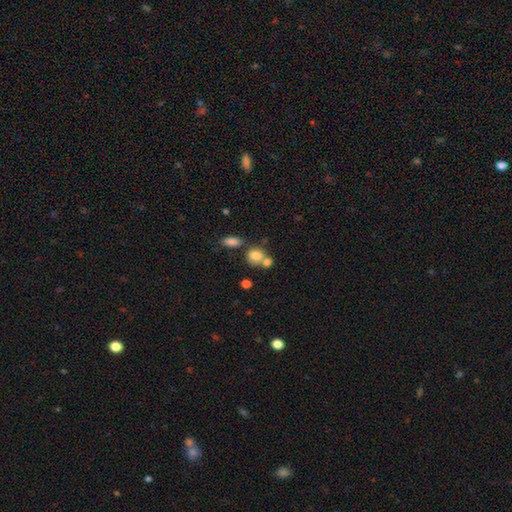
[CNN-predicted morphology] A smooth galaxy with no disk features (79%) that is round (55%).

Vote fractions:
- Smooth or featured? smooth: 79% / star or artifact: 11% / featured or disk: 10%
- How rounded? round: 55% / in between: 43% / cigar-shaped: 2%
- Merging? merger: 44% / none: 40% / minor disturbance: 11% / major disturbance: 5%